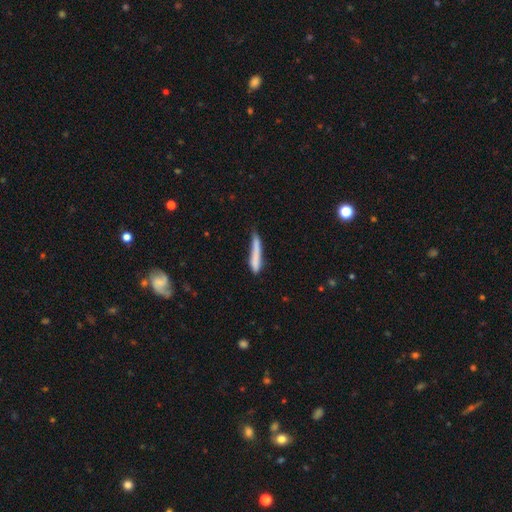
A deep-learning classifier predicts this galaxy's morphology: smooth_or_featured: smooth (p=0.74) [alt: featured or disk p=0.19]
how_rounded: cigar-shaped (p=0.93) [alt: in between p=0.05]
merging: none (p=0.57) [alt: minor disturbance p=0.29]